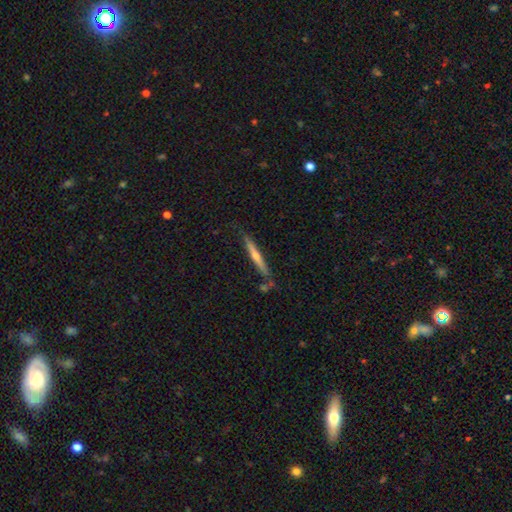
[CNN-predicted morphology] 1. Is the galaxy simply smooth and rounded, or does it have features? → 62% featured or disk, 32% smooth, 6% star or artifact.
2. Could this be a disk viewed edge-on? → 96% yes, 4% no.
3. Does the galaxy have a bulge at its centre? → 75% rounded, 22% none, 3% boxy.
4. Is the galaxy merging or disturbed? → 78% none, 14% minor disturbance, 5% merger, 3% major disturbance.